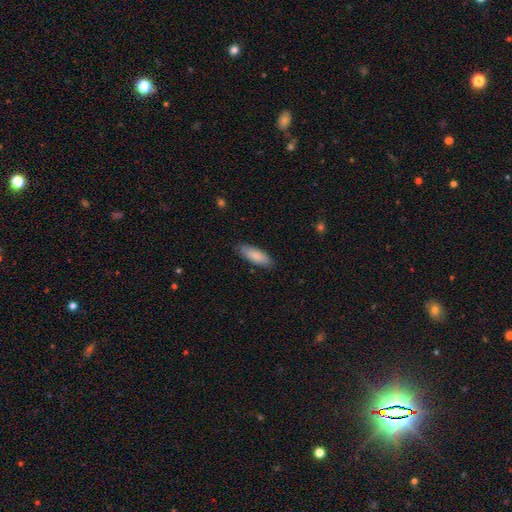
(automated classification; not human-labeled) smooth_or_featured: smooth (p=0.86) [alt: featured or disk p=0.08]
how_rounded: in between (p=0.64) [alt: cigar-shaped p=0.35]
merging: none (p=0.84) [alt: minor disturbance p=0.12]